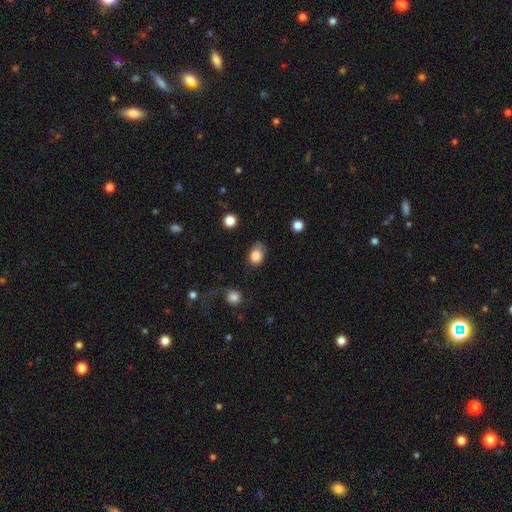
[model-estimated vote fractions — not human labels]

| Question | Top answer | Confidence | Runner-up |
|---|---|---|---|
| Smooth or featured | smooth | 83% | star or artifact (9%) |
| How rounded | in between | 70% | round (28%) |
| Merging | none | 58% | minor disturbance (31%) |